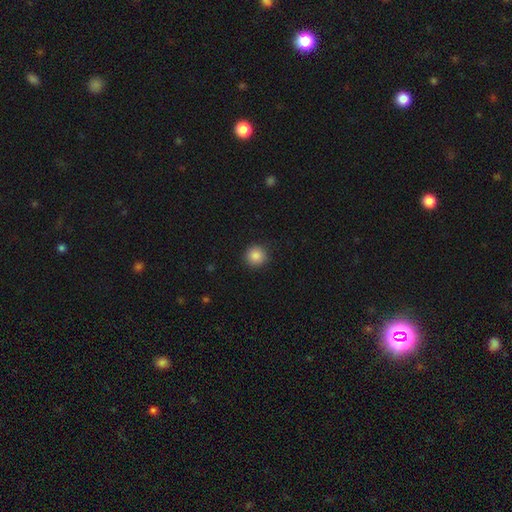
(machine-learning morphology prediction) Q: Smooth or featured?
A: smooth (88%); runner-up: star or artifact (9%)
Q: How rounded?
A: round (94%); runner-up: in between (5%)
Q: Merging?
A: none (91%); runner-up: minor disturbance (6%)